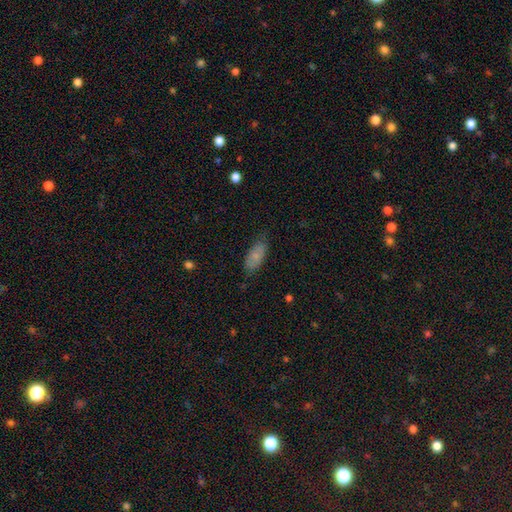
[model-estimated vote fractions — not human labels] Q: Smooth or featured?
A: smooth (75%); runner-up: featured or disk (17%)
Q: How rounded?
A: in between (85%); runner-up: cigar-shaped (13%)
Q: Merging?
A: none (74%); runner-up: minor disturbance (20%)